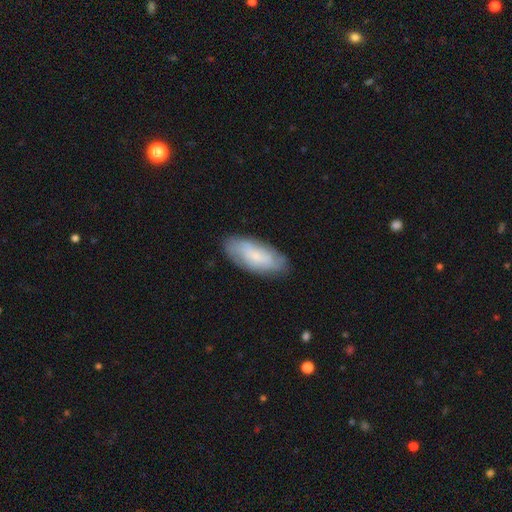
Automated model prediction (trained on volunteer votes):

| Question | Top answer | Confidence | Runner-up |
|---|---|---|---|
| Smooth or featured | smooth | 61% | featured or disk (32%) |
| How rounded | in between | 85% | cigar-shaped (13%) |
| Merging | none | 81% | minor disturbance (15%) |